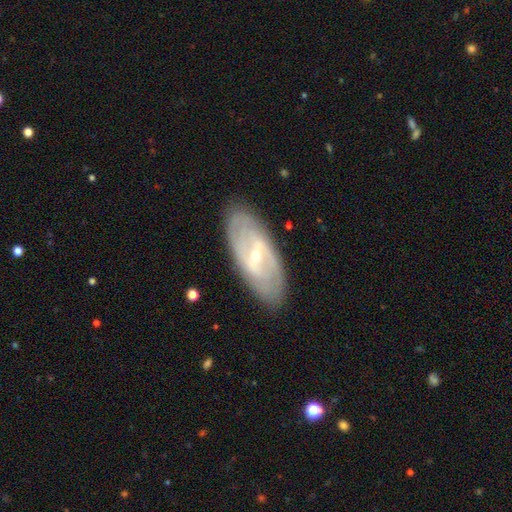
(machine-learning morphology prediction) A featured or disk galaxy (80%) with a strong bar (46%), 2 (51%) tight (52%) spiral arms (73%) and a small central bulge (66%). Merging: none (85%).